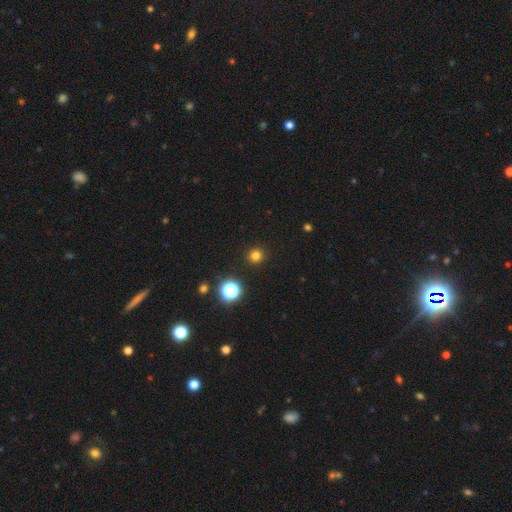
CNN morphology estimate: A smooth galaxy with no disk features (78%) that is round (95%).

Vote fractions:
- Smooth or featured? smooth: 78% / star or artifact: 18% / featured or disk: 5%
- How rounded? round: 95% / in between: 4% / cigar-shaped: 1%
- Merging? none: 92% / minor disturbance: 4% / major disturbance: 2% / merger: 1%